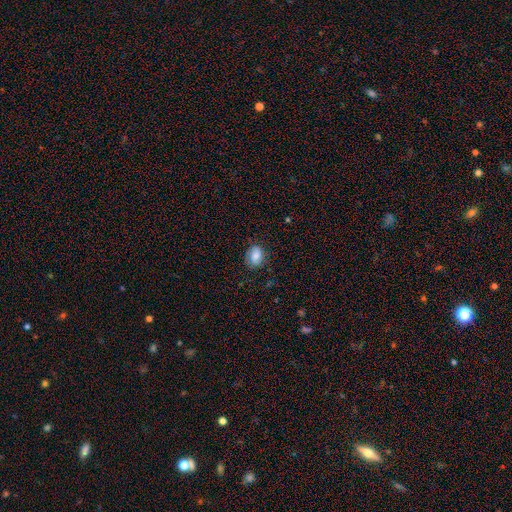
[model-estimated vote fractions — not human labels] Smooth or featured? Predicted: smooth (p=0.70). How rounded? Predicted: in between (p=0.66). Merging? Predicted: none (p=0.72).